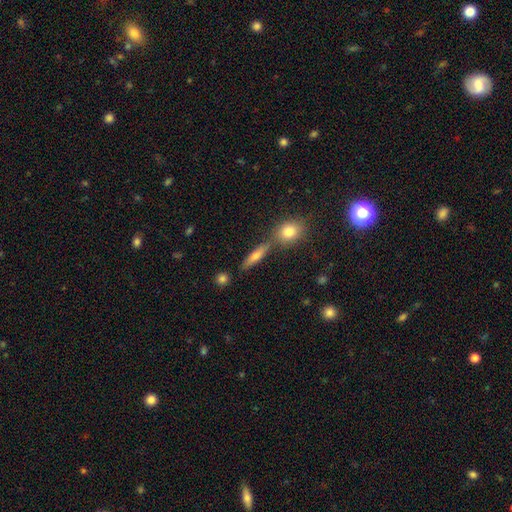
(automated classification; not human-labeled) smooth-or-featured: smooth: 57% | featured or disk: 32% | star or artifact: 10%
  how-rounded: cigar-shaped: 68% | in between: 25% | round: 7%
  merging: none: 71% | merger: 15% | minor disturbance: 10% | major disturbance: 3%